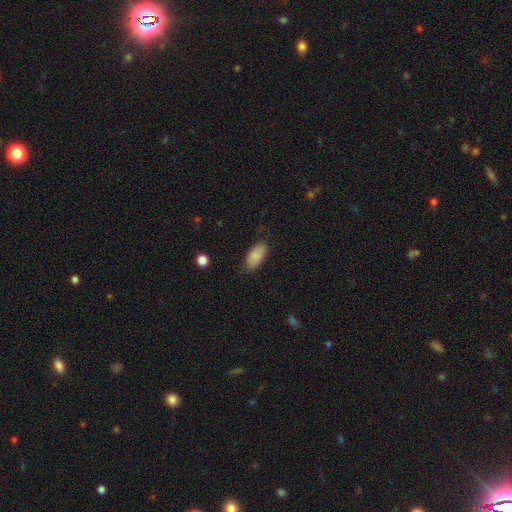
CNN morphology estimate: Q: Smooth or featured?
A: smooth (87%); runner-up: star or artifact (7%)
Q: How rounded?
A: in between (92%); runner-up: cigar-shaped (6%)
Q: Merging?
A: none (77%); runner-up: minor disturbance (18%)